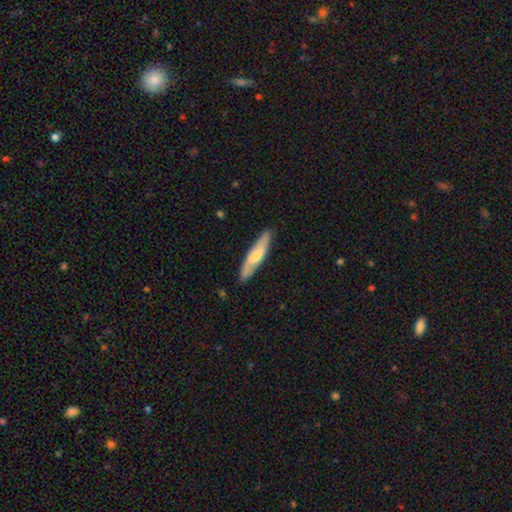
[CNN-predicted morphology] A smooth galaxy with no disk features (57%) that is cigar-shaped (80%).

Vote fractions:
- Smooth or featured? smooth: 57% / featured or disk: 38% / star or artifact: 5%
- How rounded? cigar-shaped: 80% / in between: 18% / round: 2%
- Merging? none: 86% / minor disturbance: 11% / major disturbance: 2% / merger: 1%